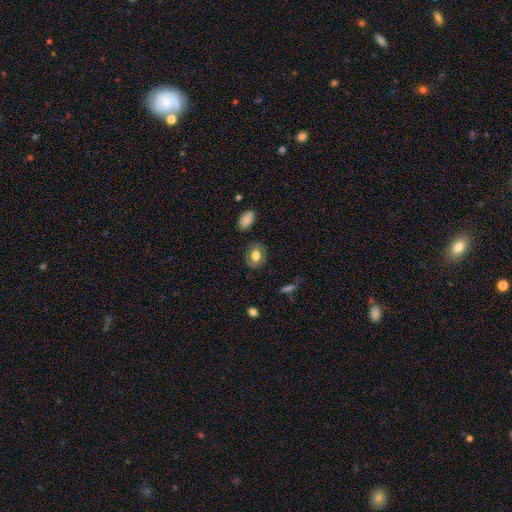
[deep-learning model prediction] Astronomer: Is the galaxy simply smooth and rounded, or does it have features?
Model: smooth — 67%.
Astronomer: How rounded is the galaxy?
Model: in between — 65%.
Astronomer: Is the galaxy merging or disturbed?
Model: none — 81%.